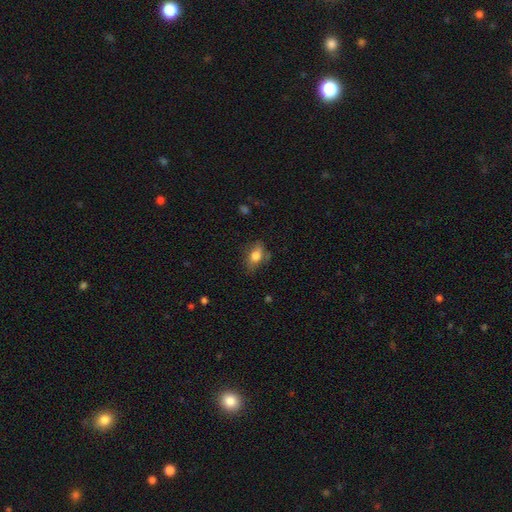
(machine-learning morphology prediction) smooth-or-featured: smooth: 75% | featured or disk: 16% | star or artifact: 9%
  how-rounded: in between: 82% | round: 12% | cigar-shaped: 7%
  merging: none: 63% | minor disturbance: 25% | major disturbance: 8% | merger: 3%